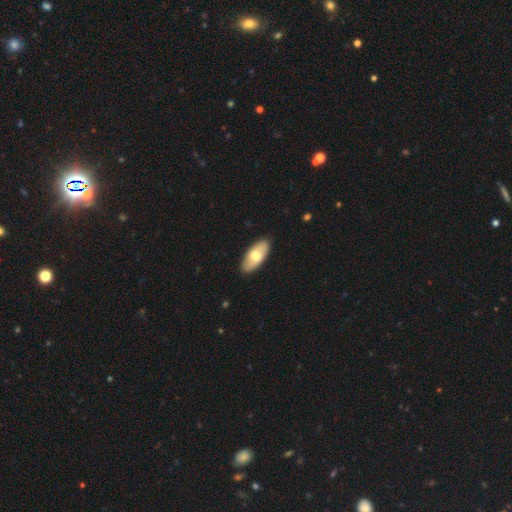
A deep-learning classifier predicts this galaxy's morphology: Smooth or featured?
  - smooth: 66% *
  - featured or disk: 29%
  - star or artifact: 5%
How rounded?
  - in between: 91% *
  - cigar-shaped: 7%
  - round: 2%
Merging?
  - none: 89% *
  - minor disturbance: 8%
  - major disturbance: 2%
  - merger: 1%